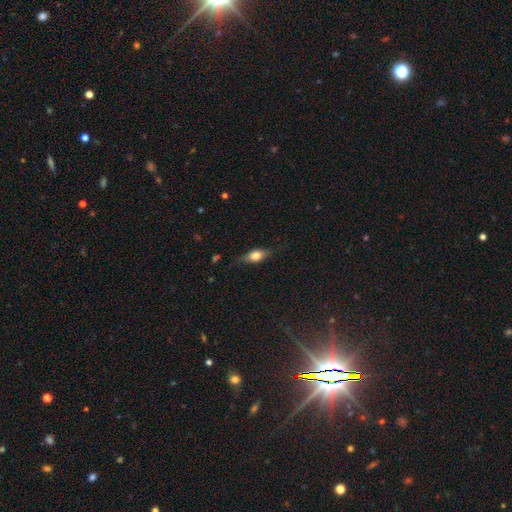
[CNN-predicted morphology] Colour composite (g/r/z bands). It shows a smooth galaxy with no disk features (65%) that is in between round and cigar-shaped (73%). Merging: none (76%).